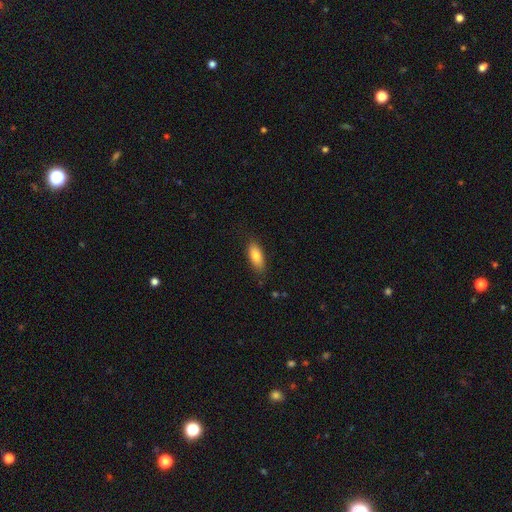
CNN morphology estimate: The model was most divided on "how rounded": in between: 77%, cigar-shaped: 20%, round: 2%. More confident: merging — none (83%); smooth or featured — smooth (81%).